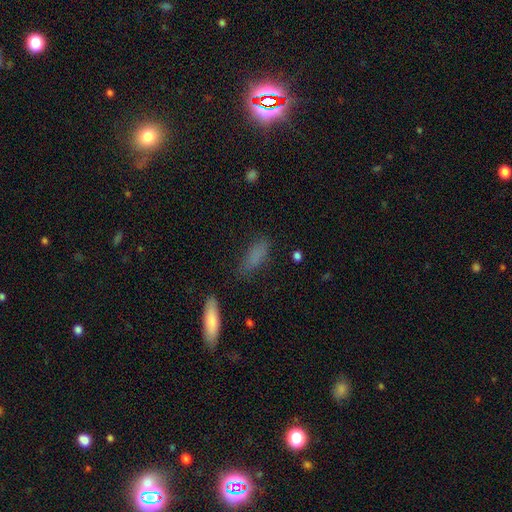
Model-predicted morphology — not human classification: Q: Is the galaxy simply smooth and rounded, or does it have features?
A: smooth — 82%.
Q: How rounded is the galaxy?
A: in between — 56%.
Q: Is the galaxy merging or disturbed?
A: none — 70%.